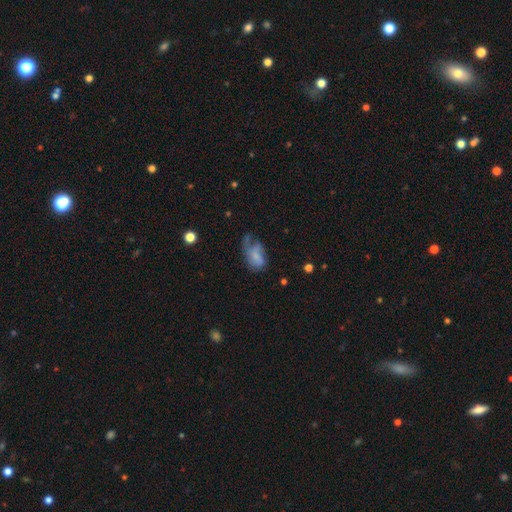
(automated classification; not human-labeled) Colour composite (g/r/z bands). It shows a smooth galaxy with no disk features (58%) that is in between round and cigar-shaped (88%). Merging: major disturbance (39%).